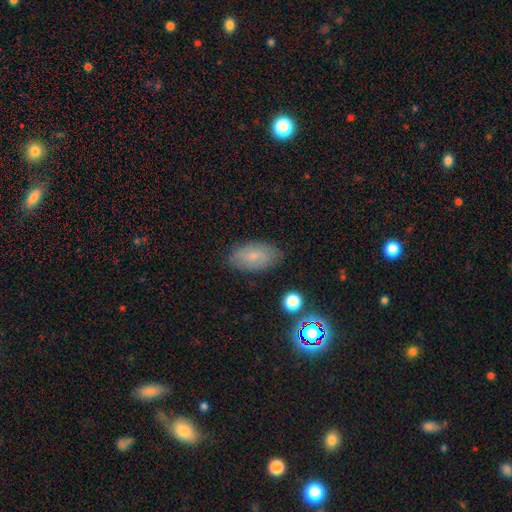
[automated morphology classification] The model was most divided on "smooth or featured": smooth: 70%, featured or disk: 20%, star or artifact: 10%. More confident: how rounded — in between (93%); merging — none (82%).